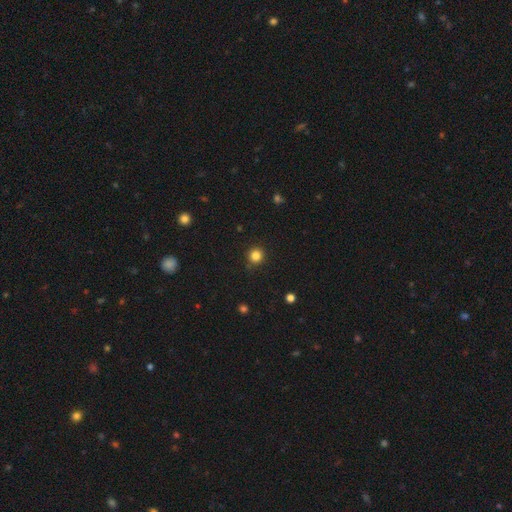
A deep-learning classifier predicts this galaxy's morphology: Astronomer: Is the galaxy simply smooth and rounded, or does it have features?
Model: smooth — 83%.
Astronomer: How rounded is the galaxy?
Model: round — 94%.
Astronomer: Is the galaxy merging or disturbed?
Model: none — 89%.